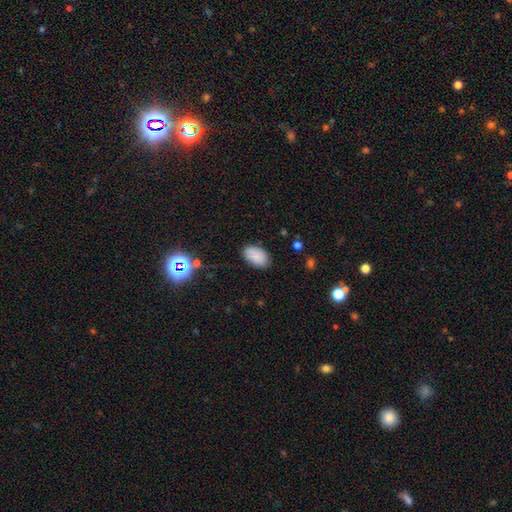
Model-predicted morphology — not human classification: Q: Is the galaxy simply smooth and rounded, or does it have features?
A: smooth — 86%.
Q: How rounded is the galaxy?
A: in between — 93%.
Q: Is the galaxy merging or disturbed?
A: none — 84%.